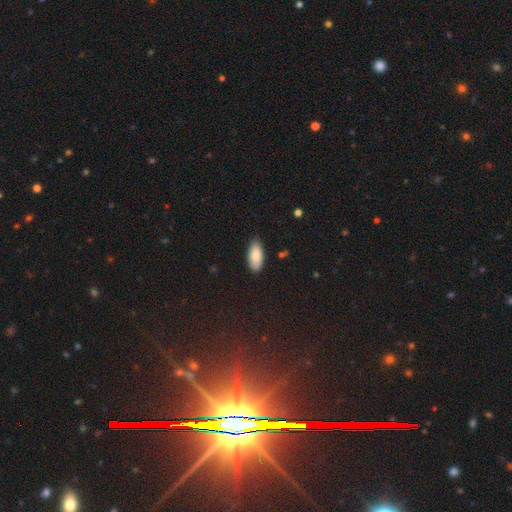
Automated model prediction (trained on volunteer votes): smooth 85%, featured or disk 9%, star or artifact 7%. Down the decision tree: how rounded — in between (90%); merging — none (83%).